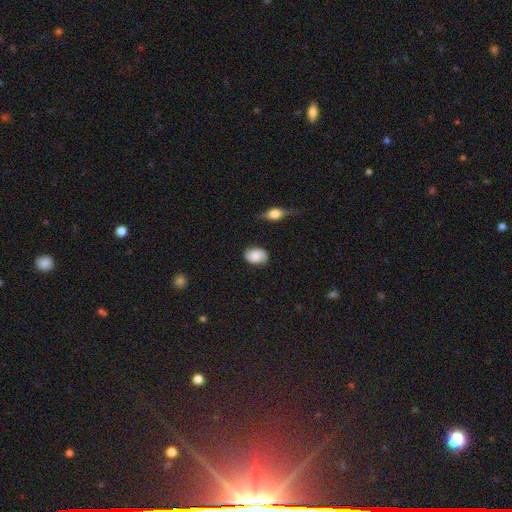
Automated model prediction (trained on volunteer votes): smooth 73%, featured or disk 18%, star or artifact 9%. Down the decision tree: how rounded — in between (80%); merging — none (76%).